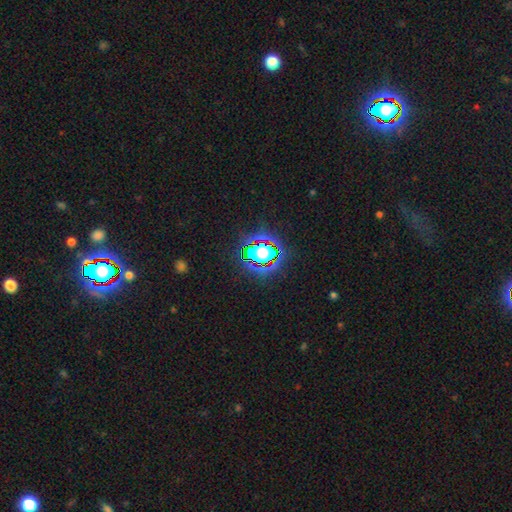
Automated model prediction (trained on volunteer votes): A star or artifact, not a galaxy (64%).

Vote fractions:
- Smooth or featured? star or artifact: 64% / smooth: 23% / featured or disk: 13%